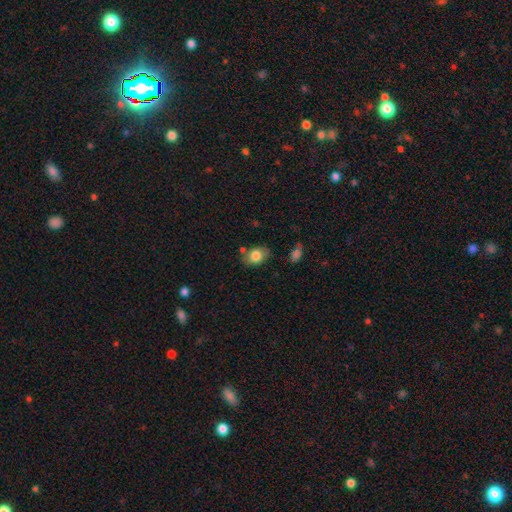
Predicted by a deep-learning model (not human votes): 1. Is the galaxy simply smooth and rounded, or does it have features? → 80% smooth, 12% featured or disk, 8% star or artifact.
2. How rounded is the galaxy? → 73% in between, 26% round, 1% cigar-shaped.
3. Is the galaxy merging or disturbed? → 70% none, 18% minor disturbance, 7% merger, 4% major disturbance.